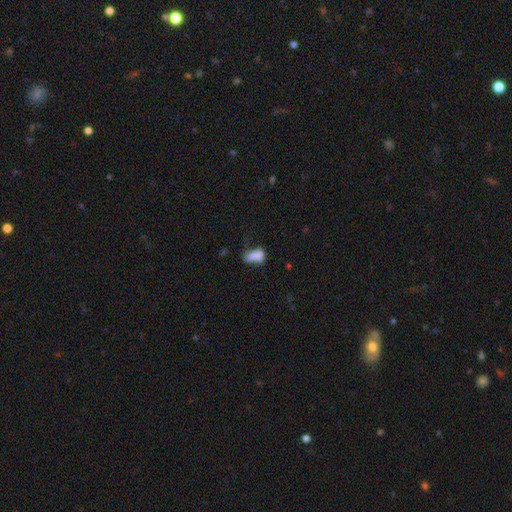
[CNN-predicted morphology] A smooth galaxy with no disk features (72%) that is in between round and cigar-shaped (84%).

Vote fractions:
- Smooth or featured? smooth: 72% / featured or disk: 17% / star or artifact: 11%
- How rounded? in between: 84% / round: 10% / cigar-shaped: 6%
- Merging? merger: 37% / none: 27% / minor disturbance: 20% / major disturbance: 16%